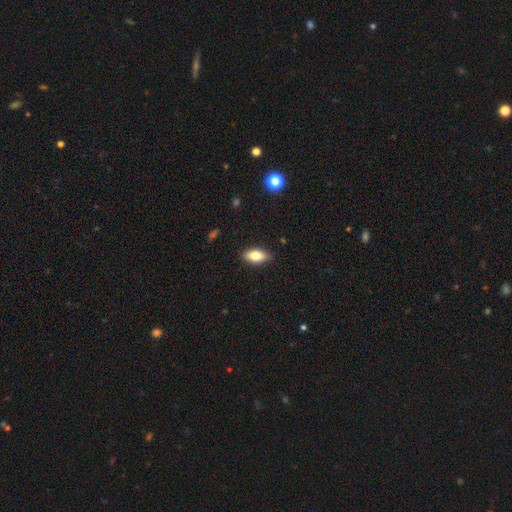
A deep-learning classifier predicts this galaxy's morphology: Q: Smooth or featured?
A: smooth (76%); runner-up: featured or disk (16%)
Q: How rounded?
A: in between (86%); runner-up: cigar-shaped (10%)
Q: Merging?
A: none (86%); runner-up: minor disturbance (11%)